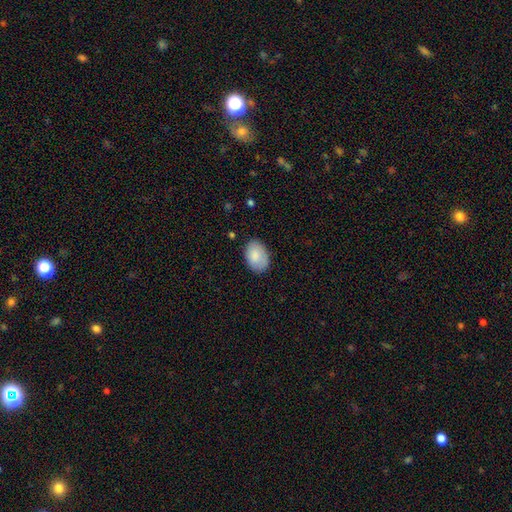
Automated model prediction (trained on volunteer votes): Morphology: type=smooth (86%); roundness=in between (87%); merging=none (82%).